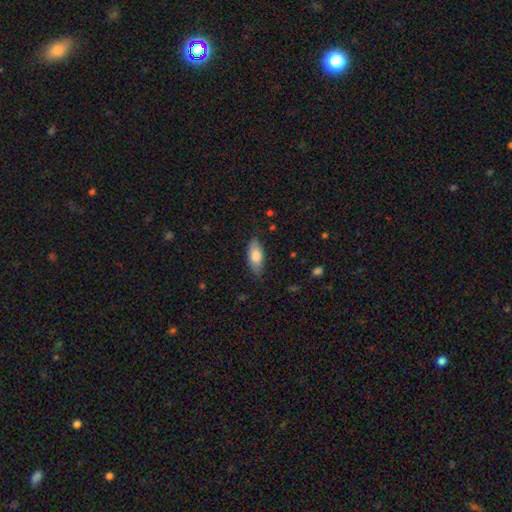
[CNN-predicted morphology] Smooth or featured: smooth — 79% (featured or disk — 15%)
How rounded: in between — 83% (cigar-shaped — 15%)
Merging: none — 77% (minor disturbance — 18%)